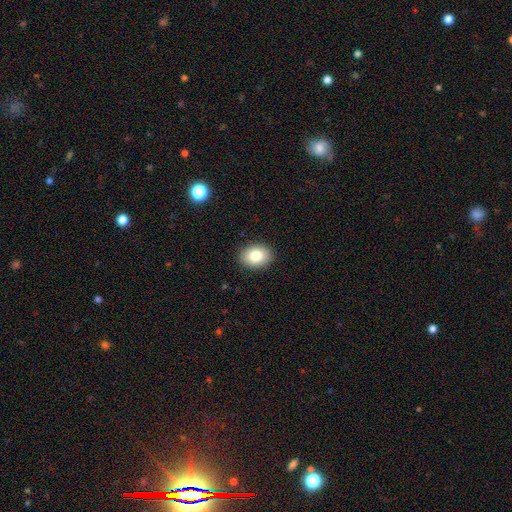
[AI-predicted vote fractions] smooth_or_featured: smooth (p=0.83) [alt: featured or disk p=0.09]
how_rounded: in between (p=0.69) [alt: round p=0.31]
merging: none (p=0.90) [alt: minor disturbance p=0.07]